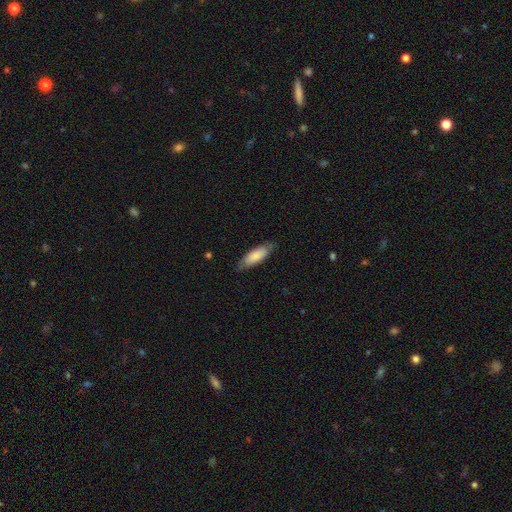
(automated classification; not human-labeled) The model was most divided on "how rounded": in between: 61%, cigar-shaped: 38%, round: 1%. More confident: smooth or featured — smooth (81%); merging — none (79%).